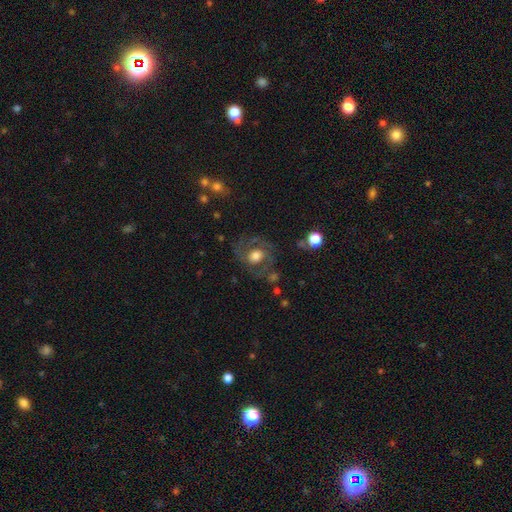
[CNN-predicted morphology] smooth-or-featured: featured or disk: 61% | smooth: 31% | star or artifact: 9%
  disk-edge-on: no: 97% | yes: 3%
    bar: no: 72% | weak: 23% | strong: 5%
    has-spiral-arms: yes: 72% | no: 28%
    bulge-size: moderate: 55% | large: 33% | small: 7% | dominant: 3% | none: 2%
  merging: none: 66% | minor disturbance: 17% | major disturbance: 14% | merger: 3%